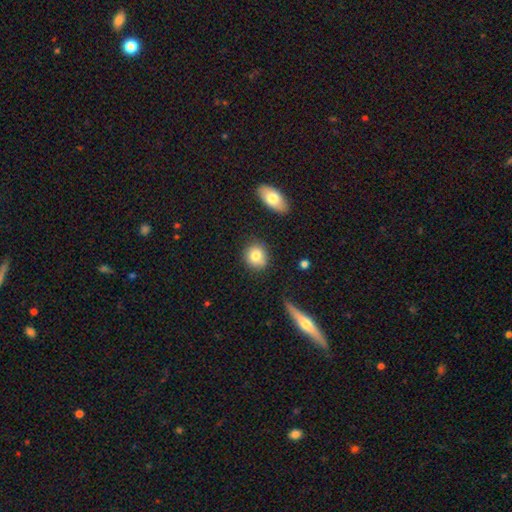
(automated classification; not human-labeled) Overall: smooth (81%). How rounded: round (77%). Merging: none (83%).